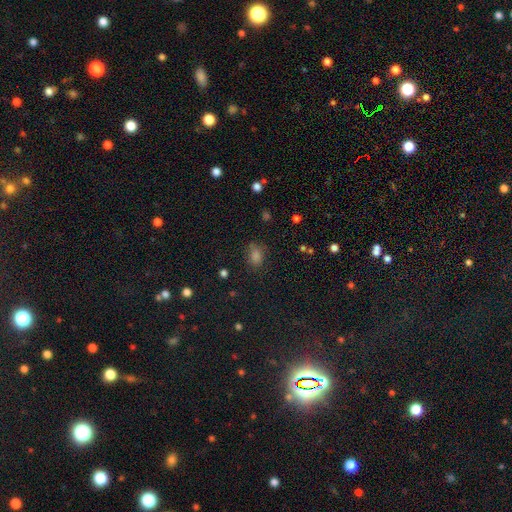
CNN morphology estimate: Overall: smooth (69%). How rounded: in between (60%; round 38%). Merging: none (74%).